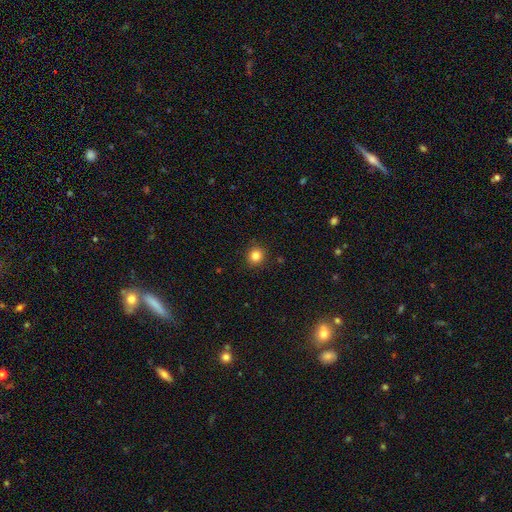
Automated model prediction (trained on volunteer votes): Smooth or featured? Predicted: smooth (p=0.84). How rounded? Predicted: round (p=0.91). Merging? Predicted: none (p=0.92).